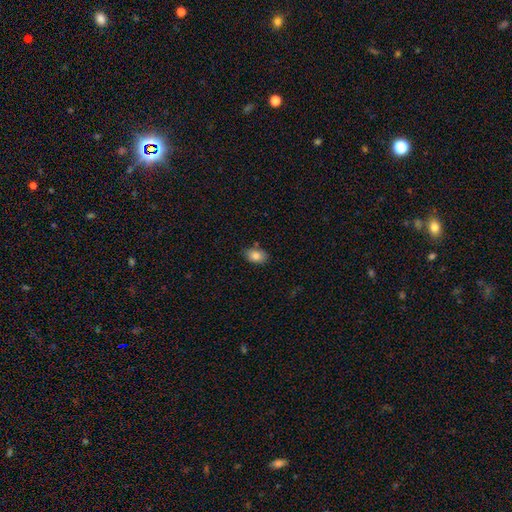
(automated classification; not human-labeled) smooth-or-featured: smooth: 83% | featured or disk: 9% | star or artifact: 8%
  how-rounded: in between: 85% | round: 14% | cigar-shaped: 1%
  merging: none: 80% | minor disturbance: 14% | merger: 3% | major disturbance: 2%